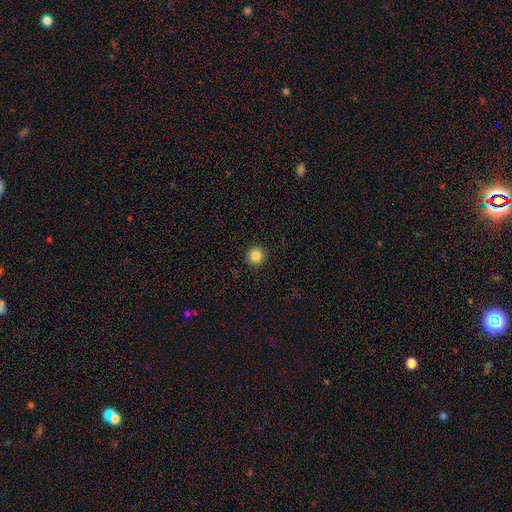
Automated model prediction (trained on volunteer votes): Q: Smooth or featured?
A: smooth (86%); runner-up: star or artifact (10%)
Q: How rounded?
A: round (94%); runner-up: in between (5%)
Q: Merging?
A: none (93%); runner-up: minor disturbance (4%)